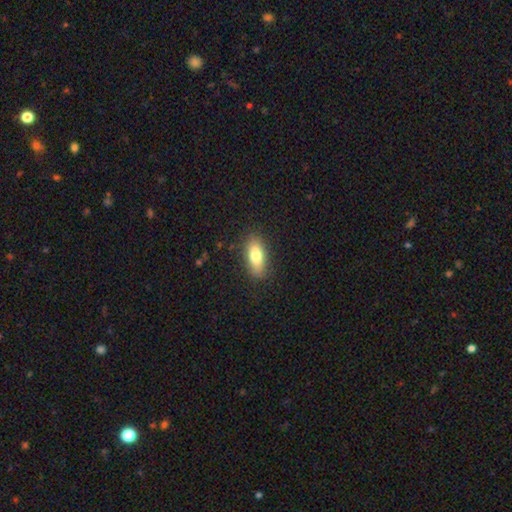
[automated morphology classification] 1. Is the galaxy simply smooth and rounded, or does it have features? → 76% smooth, 17% featured or disk, 7% star or artifact.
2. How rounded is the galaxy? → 78% in between, 19% cigar-shaped, 4% round.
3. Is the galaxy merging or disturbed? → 85% none, 11% minor disturbance, 3% major disturbance, 1% merger.